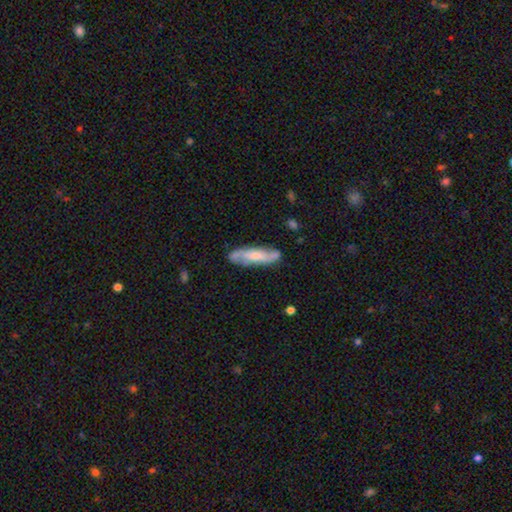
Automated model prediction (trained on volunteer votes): A featured or disk galaxy (54%). Merging: none (73%).